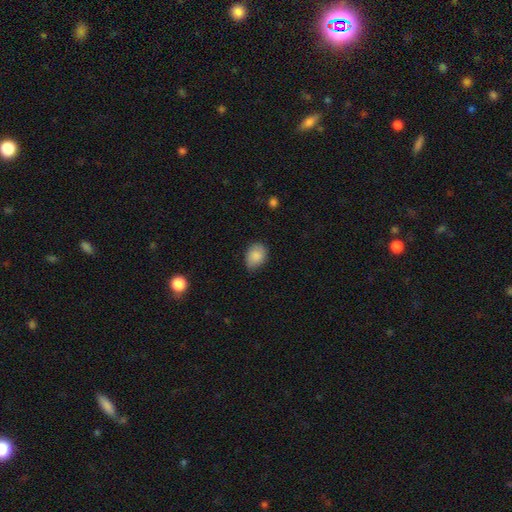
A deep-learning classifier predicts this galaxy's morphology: This is clearly a smooth galaxy (87%). How rounded: likely in between (68%). Merging: likely none (75%).